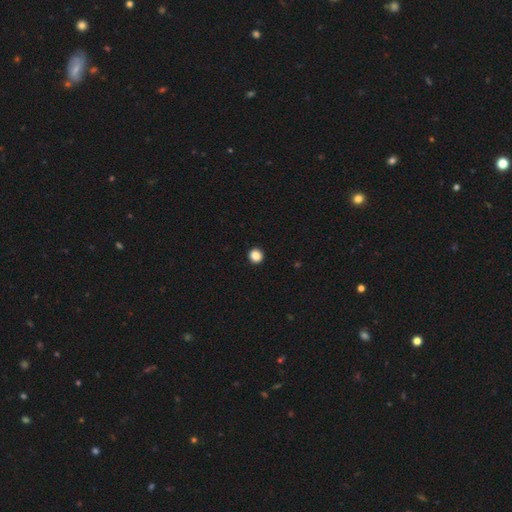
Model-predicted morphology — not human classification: smooth 86%, star or artifact 10%, featured or disk 3%. Down the decision tree: how rounded — round (93%); merging — none (94%).